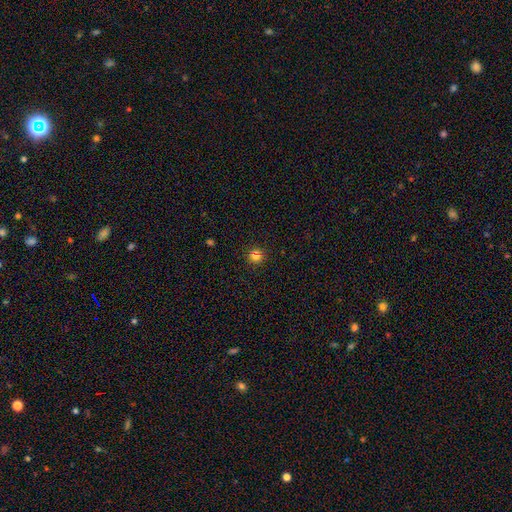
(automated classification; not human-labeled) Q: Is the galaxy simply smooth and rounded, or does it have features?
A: smooth — 80%.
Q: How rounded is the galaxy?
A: round — 94%.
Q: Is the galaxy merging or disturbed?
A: none — 91%.